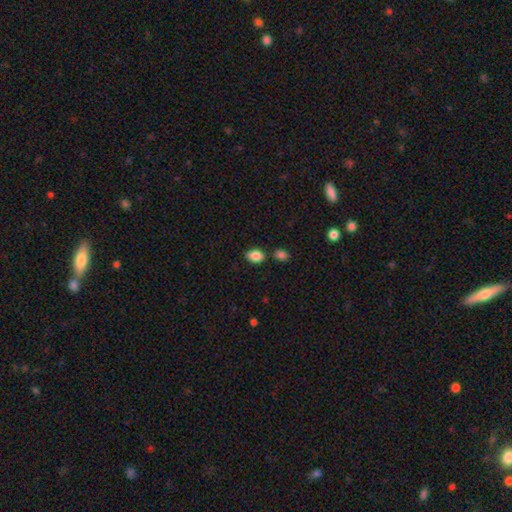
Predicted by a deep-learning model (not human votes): Smooth or featured? Predicted: smooth (p=0.86). How rounded? Predicted: in between (p=0.76). Merging? Predicted: none (p=0.74).